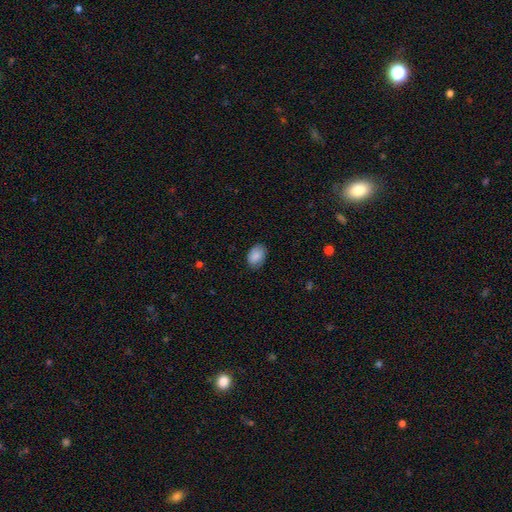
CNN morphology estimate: A smooth galaxy with no disk features (88%) that is in between round and cigar-shaped (83%).

Vote fractions:
- Smooth or featured? smooth: 88% / star or artifact: 7% / featured or disk: 6%
- How rounded? in between: 83% / round: 16% / cigar-shaped: 1%
- Merging? none: 79% / minor disturbance: 17% / major disturbance: 3% / merger: 1%